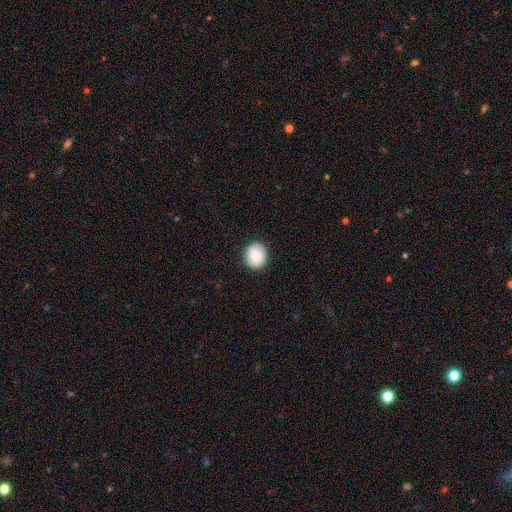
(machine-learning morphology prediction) Smooth or featured?
  - smooth: 85% *
  - featured or disk: 8%
  - star or artifact: 7%
How rounded?
  - round: 69% *
  - in between: 30%
  - cigar-shaped: 1%
Merging?
  - none: 88% *
  - minor disturbance: 9%
  - major disturbance: 2%
  - merger: 1%